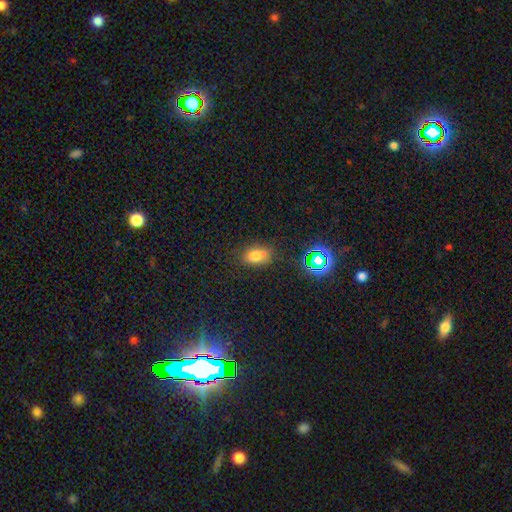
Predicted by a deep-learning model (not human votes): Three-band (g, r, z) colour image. It shows a smooth galaxy with no disk features (68%) that is in between round and cigar-shaped (76%). Merging: none (63%).